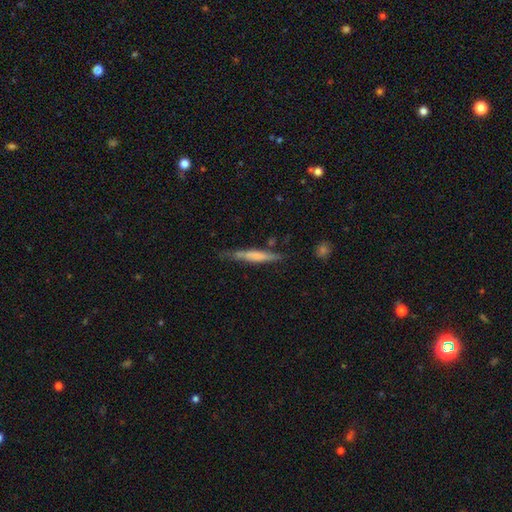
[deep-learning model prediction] Smooth or featured? smooth (51%)
How rounded? cigar-shaped (92%)
Merging? none (69%)